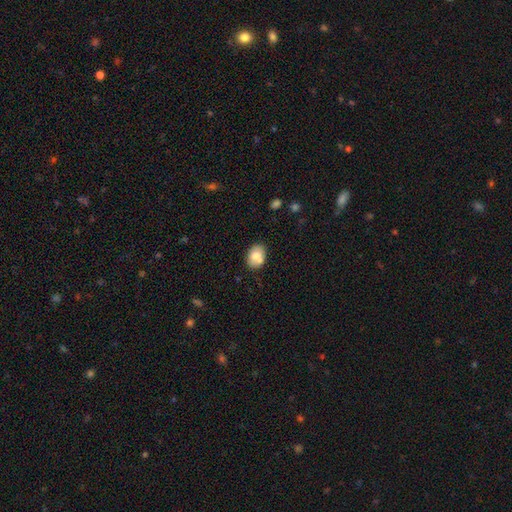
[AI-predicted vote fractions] smooth_or_featured: smooth (p=0.74) [alt: featured or disk p=0.19]
how_rounded: in between (p=0.78) [alt: round p=0.21]
merging: none (p=0.67) [alt: merger p=0.15]